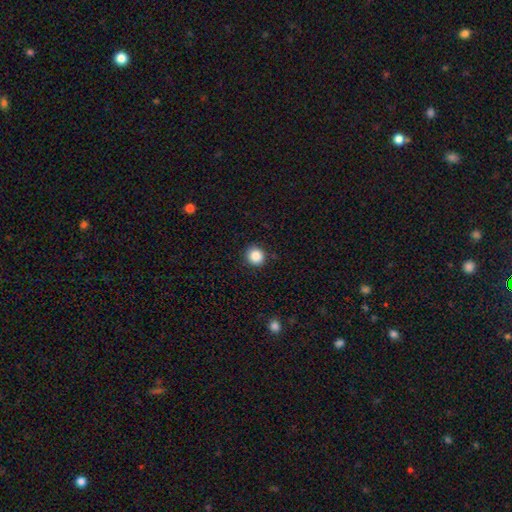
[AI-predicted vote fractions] The model was most divided on "smooth or featured": smooth: 86%, star or artifact: 10%, featured or disk: 4%. More confident: merging — none (90%); how rounded — round (89%).